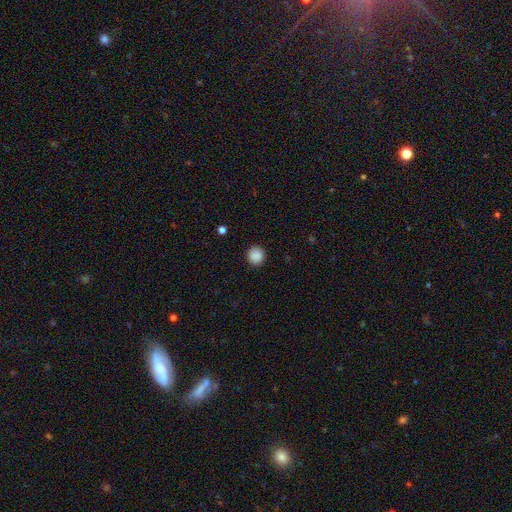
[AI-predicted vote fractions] Smooth or featured: smooth — 88% (star or artifact — 9%)
How rounded: round — 90% (in between — 9%)
Merging: none — 91% (minor disturbance — 6%)